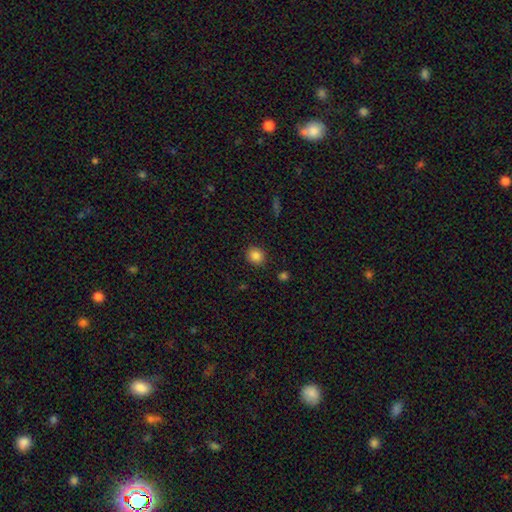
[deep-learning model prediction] Smooth or featured? smooth (85%)
How rounded? round (79%)
Merging? none (90%)